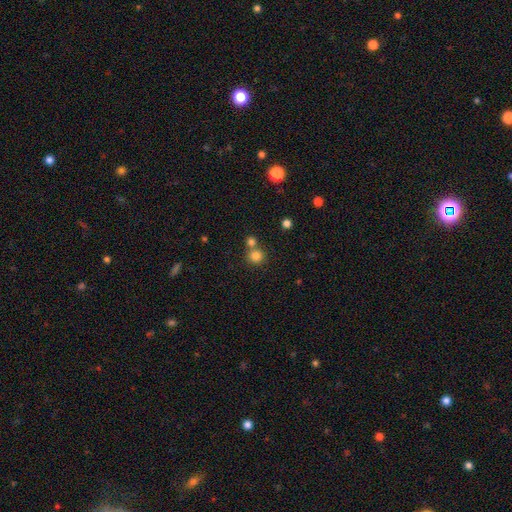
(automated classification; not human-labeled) Q: Smooth or featured?
A: smooth (82%); runner-up: star or artifact (13%)
Q: How rounded?
A: round (91%); runner-up: in between (8%)
Q: Merging?
A: none (63%); runner-up: merger (28%)